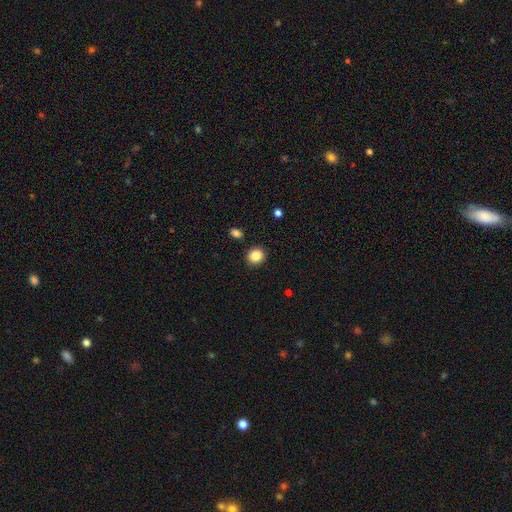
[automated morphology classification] Smooth or featured: smooth — 86% (star or artifact — 9%)
How rounded: round — 82% (in between — 17%)
Merging: none — 90% (minor disturbance — 6%)